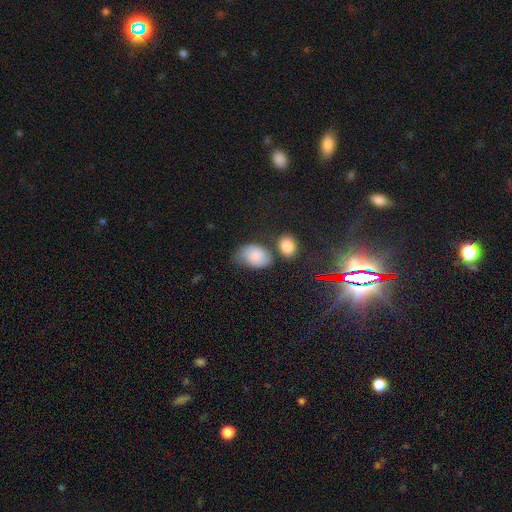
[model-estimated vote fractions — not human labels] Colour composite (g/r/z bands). It shows a smooth galaxy with no disk features (75%) that is in between round and cigar-shaped (81%). Merging: none (45%).